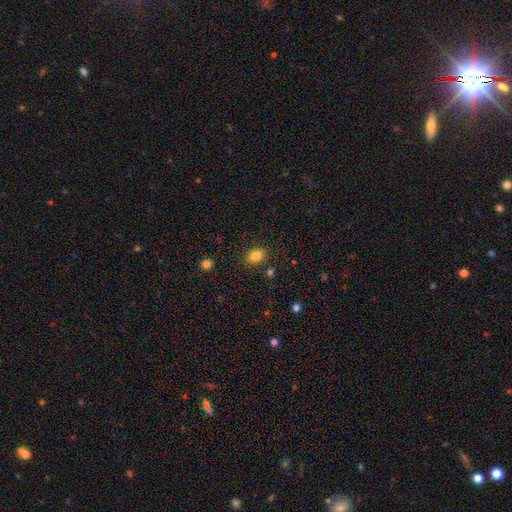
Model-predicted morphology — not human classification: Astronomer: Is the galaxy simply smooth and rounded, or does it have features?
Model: smooth — 83%.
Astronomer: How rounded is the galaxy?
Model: in between — 61% (runner-up: round, 38%).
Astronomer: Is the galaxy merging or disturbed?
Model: none — 83%.